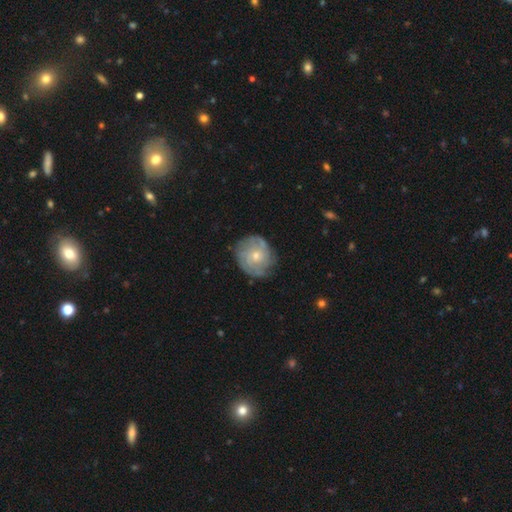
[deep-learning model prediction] smooth_or_featured: featured or disk (p=0.75) [alt: smooth p=0.19]
disk_edge_on: no (p=0.98) [alt: yes p=0.02]
bar: no (p=0.76) [alt: weak p=0.21]
has_spiral_arms: yes (p=0.91) [alt: no p=0.09]
spiral_winding: tight (p=0.66) [alt: medium p=0.27]
spiral_arm_count: can't tell (p=0.38) [alt: 3 p=0.20]
bulge_size: small (p=0.58) [alt: moderate p=0.38]
merging: none (p=0.76) [alt: minor disturbance p=0.18]